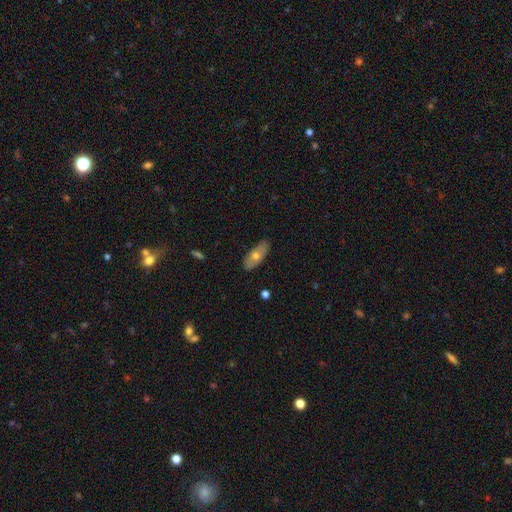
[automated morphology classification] This is possibly a smooth galaxy (56%). How rounded: likely in between (79%). Merging: clearly none (84%).